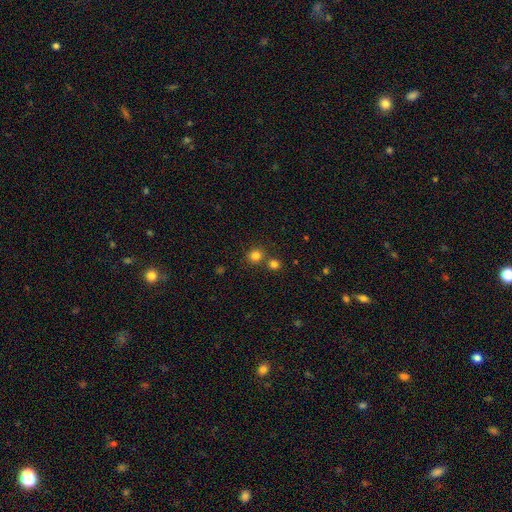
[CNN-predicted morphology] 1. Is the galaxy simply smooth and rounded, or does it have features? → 81% smooth, 14% star or artifact, 5% featured or disk.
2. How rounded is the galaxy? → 89% round, 10% in between, 1% cigar-shaped.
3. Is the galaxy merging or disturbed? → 71% none, 20% merger, 7% minor disturbance, 3% major disturbance.